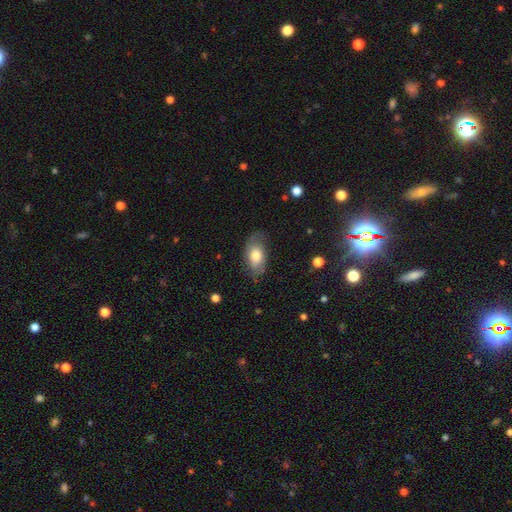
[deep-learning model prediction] Smooth or featured? Predicted: smooth (p=0.65). How rounded? Predicted: in between (p=0.92). Merging? Predicted: none (p=0.72).